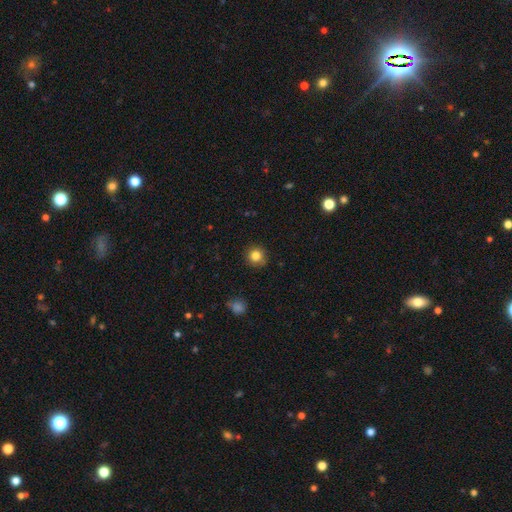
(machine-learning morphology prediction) A smooth galaxy with no disk features (83%) that is round (93%). Merging: none (88%).